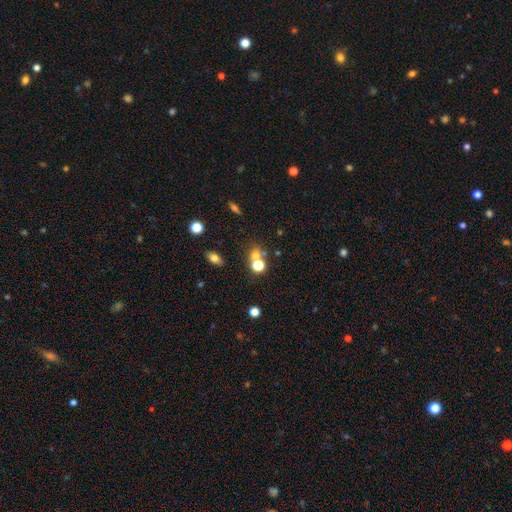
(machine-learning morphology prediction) Overall: smooth (65%). How rounded: round (77%). Merging: none (51%; merger 36%).